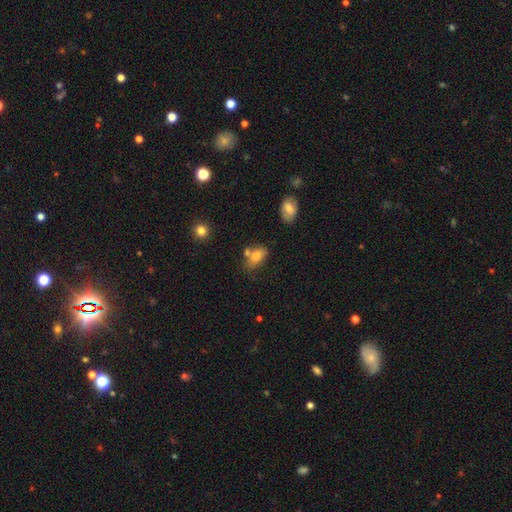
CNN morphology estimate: This appears to be a smooth galaxy with no disk features (75%) that is in between round and cigar-shaped (85%). Merging: none (49%).